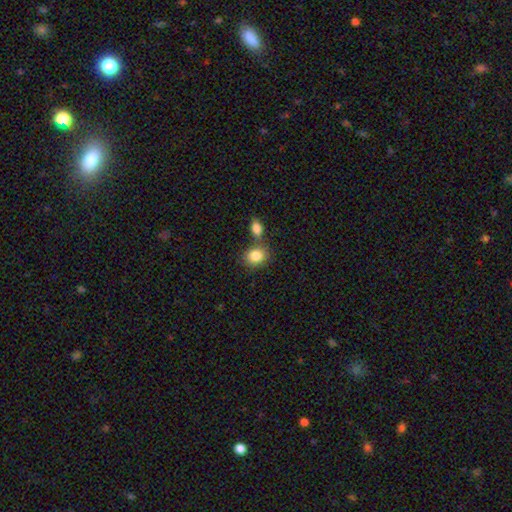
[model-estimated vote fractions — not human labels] Smooth or featured: smooth — 85% (star or artifact — 8%)
How rounded: in between — 50% (round — 49%)
Merging: none — 57% (merger — 28%)